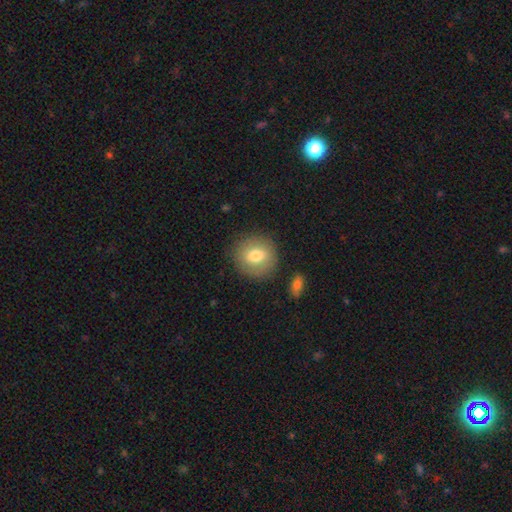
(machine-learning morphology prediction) Smooth or featured? smooth (75%)
How rounded? round (85%)
Merging? none (84%)